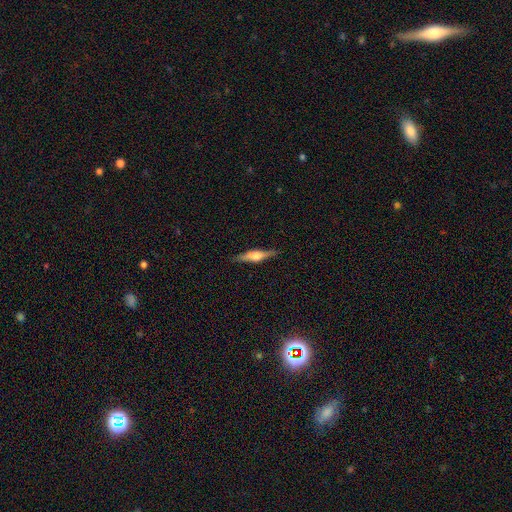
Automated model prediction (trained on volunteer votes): A featured or disk galaxy (70%) viewed edge-on (97%) with a rounded central bulge (89%). Merging: none (89%).